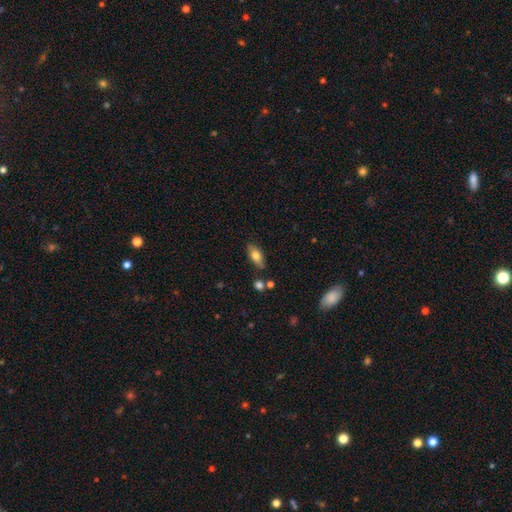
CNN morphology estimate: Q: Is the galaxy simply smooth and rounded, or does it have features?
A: smooth — 72%.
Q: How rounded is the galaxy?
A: in between — 82%.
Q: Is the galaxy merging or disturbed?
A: none — 78%.